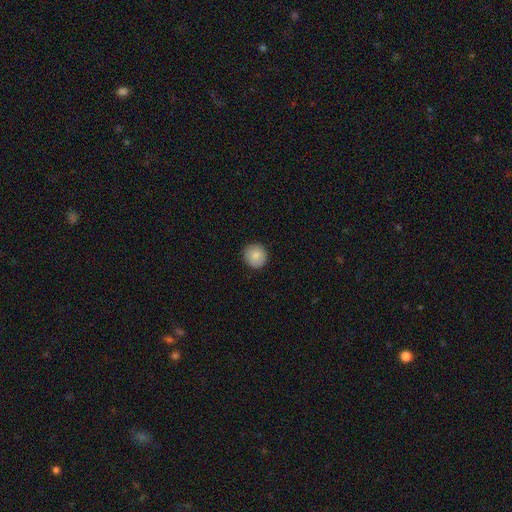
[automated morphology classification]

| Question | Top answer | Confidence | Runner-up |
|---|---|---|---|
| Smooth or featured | smooth | 85% | star or artifact (8%) |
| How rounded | round | 93% | in between (6%) |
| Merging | none | 90% | minor disturbance (8%) |